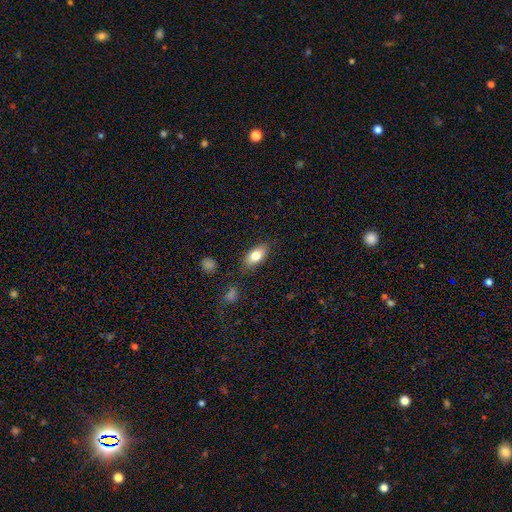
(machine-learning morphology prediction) smooth_or_featured: smooth (p=0.78) [alt: featured or disk p=0.15]
how_rounded: in between (p=0.87) [alt: cigar-shaped p=0.08]
merging: none (p=0.84) [alt: minor disturbance p=0.11]